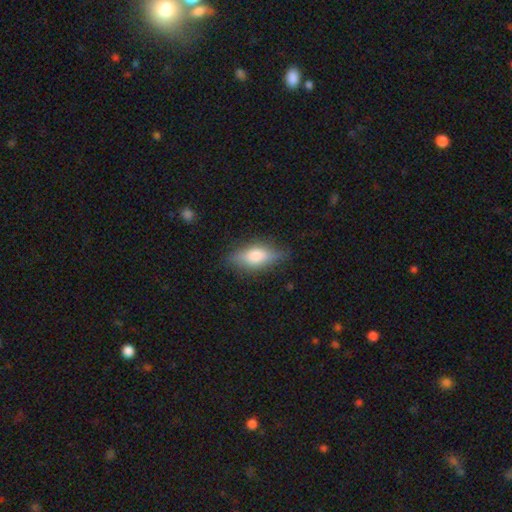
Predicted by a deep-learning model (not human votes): Smooth or featured: smooth — 64% (featured or disk — 29%)
How rounded: in between — 74% (cigar-shaped — 21%)
Merging: none — 77% (minor disturbance — 18%)